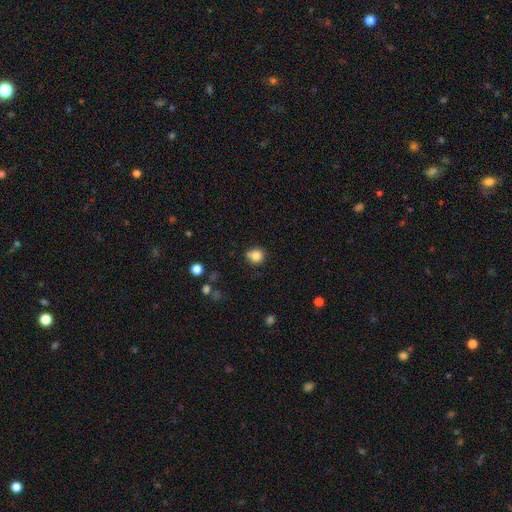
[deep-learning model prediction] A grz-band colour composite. It shows a smooth galaxy with no disk features (82%) that is round (84%). Merging: none (67%).